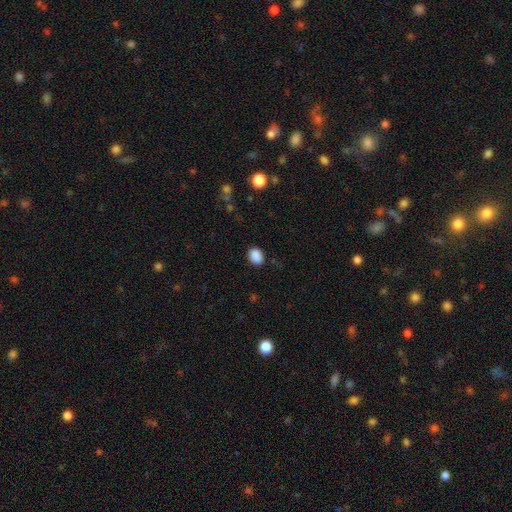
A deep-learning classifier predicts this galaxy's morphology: smooth-or-featured: smooth: 88% | star or artifact: 9% | featured or disk: 3%
  how-rounded: in between: 63% | round: 36% | cigar-shaped: 1%
  merging: none: 84% | minor disturbance: 12% | major disturbance: 3% | merger: 1%